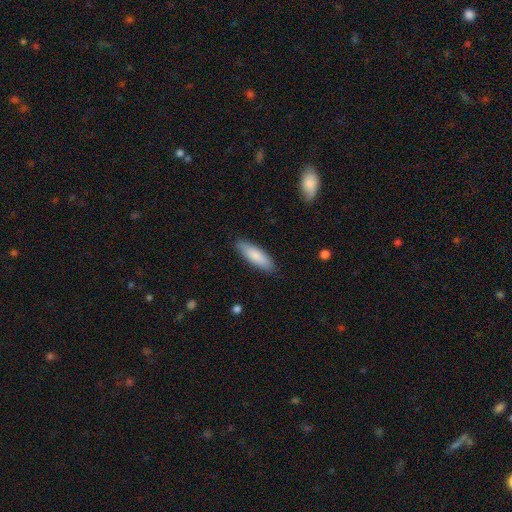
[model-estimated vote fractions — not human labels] This appears to be a smooth galaxy with no disk features (83%) that is in between round and cigar-shaped (50%). Merging: none (88%).